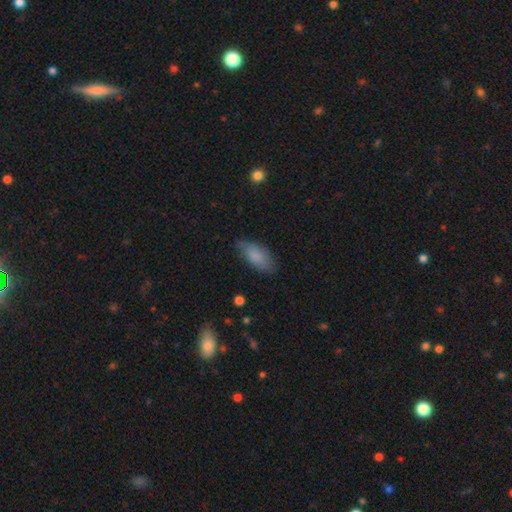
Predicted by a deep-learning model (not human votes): Q: Smooth or featured?
A: smooth (84%); runner-up: featured or disk (10%)
Q: How rounded?
A: in between (87%); runner-up: cigar-shaped (11%)
Q: Merging?
A: none (71%); runner-up: minor disturbance (23%)